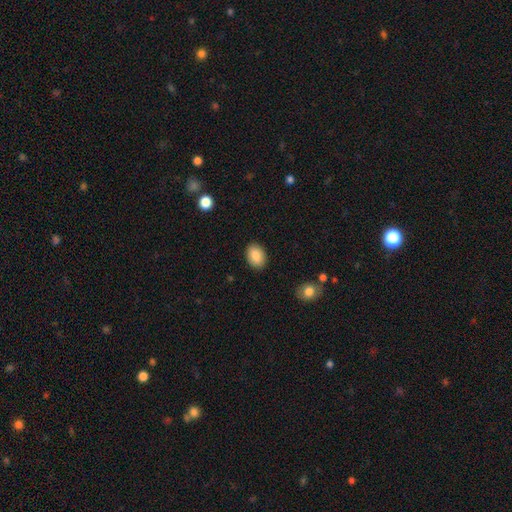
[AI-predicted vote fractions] smooth_or_featured: smooth (p=0.87) [alt: star or artifact p=0.07]
how_rounded: in between (p=0.76) [alt: round p=0.22]
merging: none (p=0.89) [alt: minor disturbance p=0.08]